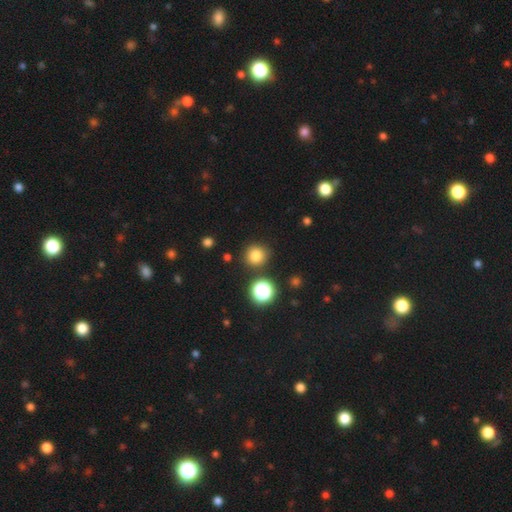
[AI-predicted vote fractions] A smooth galaxy with no disk features (79%) that is round (92%).

Vote fractions:
- Smooth or featured? smooth: 79% / star or artifact: 15% / featured or disk: 5%
- How rounded? round: 92% / in between: 7% / cigar-shaped: 1%
- Merging? none: 86% / minor disturbance: 8% / merger: 4% / major disturbance: 3%